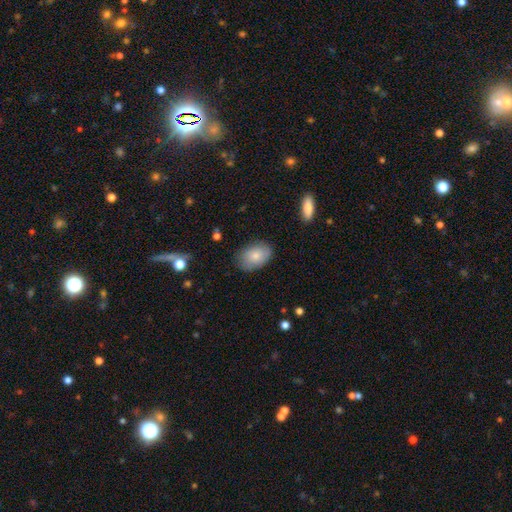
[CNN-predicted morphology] smooth-or-featured: smooth: 79% | featured or disk: 14% | star or artifact: 7%
  how-rounded: in between: 86% | round: 12% | cigar-shaped: 1%
  merging: none: 79% | minor disturbance: 16% | major disturbance: 3% | merger: 1%